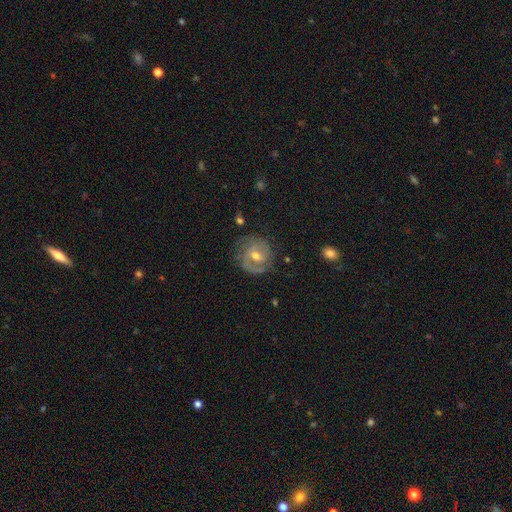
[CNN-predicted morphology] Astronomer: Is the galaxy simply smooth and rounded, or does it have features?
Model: featured or disk — 73%.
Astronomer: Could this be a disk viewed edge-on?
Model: no — 97%.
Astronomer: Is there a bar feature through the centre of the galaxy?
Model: weak — 50% (runner-up: no, 34%).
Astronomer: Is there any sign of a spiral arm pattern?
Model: yes — 86%.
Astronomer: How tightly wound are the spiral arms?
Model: tight — 48% (runner-up: medium, 40%).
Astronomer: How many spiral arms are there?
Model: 2 — 63%.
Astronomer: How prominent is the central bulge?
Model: moderate — 69%.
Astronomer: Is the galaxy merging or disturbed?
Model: none — 73%.